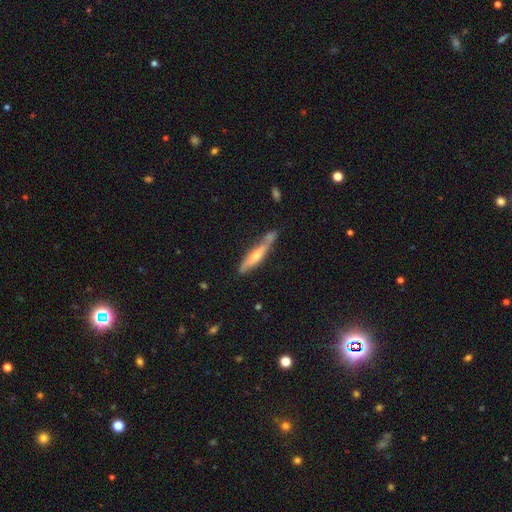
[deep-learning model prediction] Morphology: type=featured or disk (53%); edge-on=yes (85%); merging=none (61%).